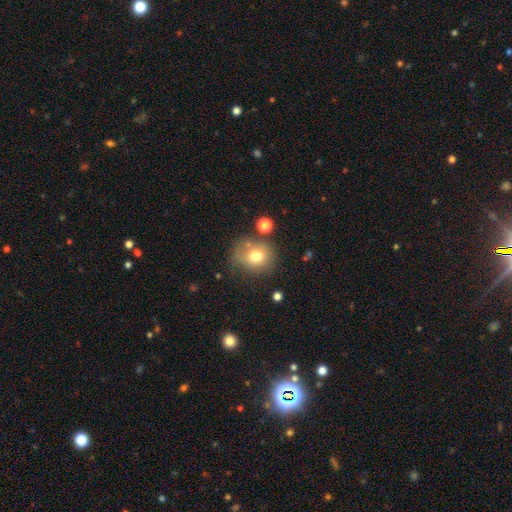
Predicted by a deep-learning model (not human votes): Smooth or featured: smooth — 72% (featured or disk — 15%)
How rounded: round — 79% (in between — 20%)
Merging: none — 61% (minor disturbance — 20%)